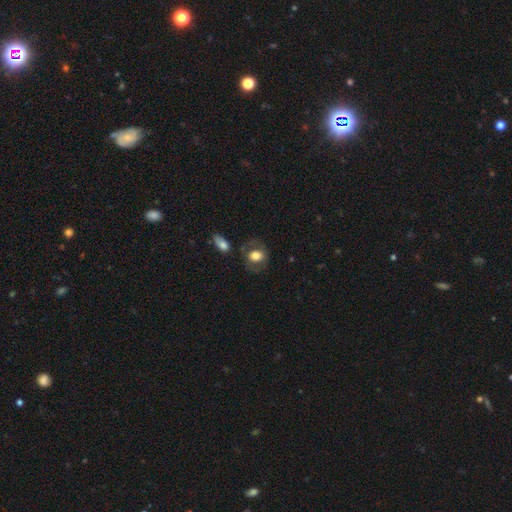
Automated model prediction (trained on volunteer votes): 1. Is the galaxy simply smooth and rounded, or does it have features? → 65% smooth, 28% featured or disk, 8% star or artifact.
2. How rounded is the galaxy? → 53% round, 46% in between, 1% cigar-shaped.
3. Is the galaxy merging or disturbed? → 70% none, 15% minor disturbance, 8% major disturbance, 7% merger.